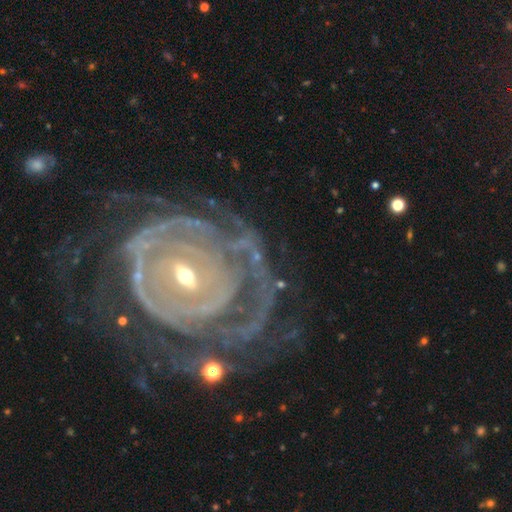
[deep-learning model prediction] A featured or disk galaxy (86%) with a strong bar (35%), tight (73%) spiral arms (93%) and a small central bulge (52%).

Vote fractions:
- Smooth or featured? featured or disk: 86% / star or artifact: 7% / smooth: 7%
- Edge-on disk? no: 96% / yes: 4%
- Bar? strong: 35% / no: 33% / weak: 33%
- Spiral arms? yes: 93% / no: 7%
- Spiral winding? tight: 73% / medium: 20% / loose: 7%
- Spiral arm count? can't tell: 29% / 2: 20% / 3: 17% / 4: 14% / more than 4: 12% / 1: 9%
- Bulge size? small: 52% / moderate: 42% / large: 3% / none: 1% / dominant: 1%
- Merging? none: 64% / minor disturbance: 17% / major disturbance: 15% / merger: 4%